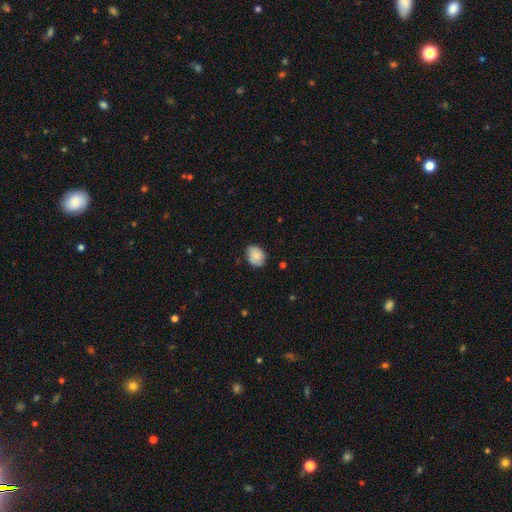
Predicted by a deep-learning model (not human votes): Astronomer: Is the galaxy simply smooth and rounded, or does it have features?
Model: smooth — 85%.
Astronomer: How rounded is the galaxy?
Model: in between — 59% (runner-up: round, 40%).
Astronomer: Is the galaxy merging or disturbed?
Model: none — 76%.